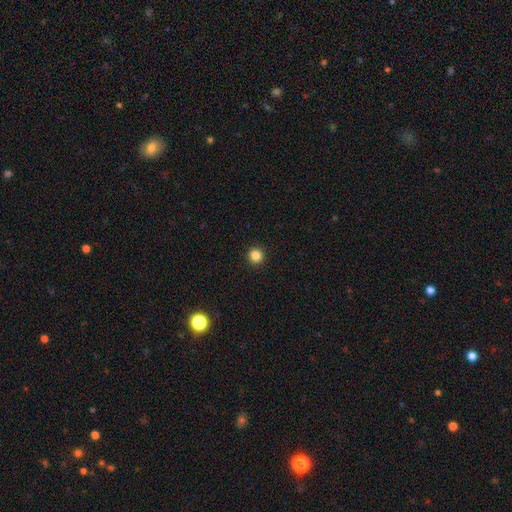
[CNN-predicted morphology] Smooth or featured? smooth (85%)
How rounded? round (94%)
Merging? none (93%)